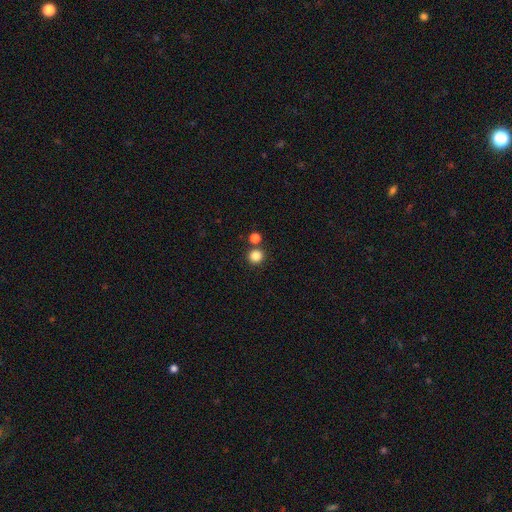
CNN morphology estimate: A smooth galaxy with no disk features (84%) that is round (94%). Merging: none (79%).